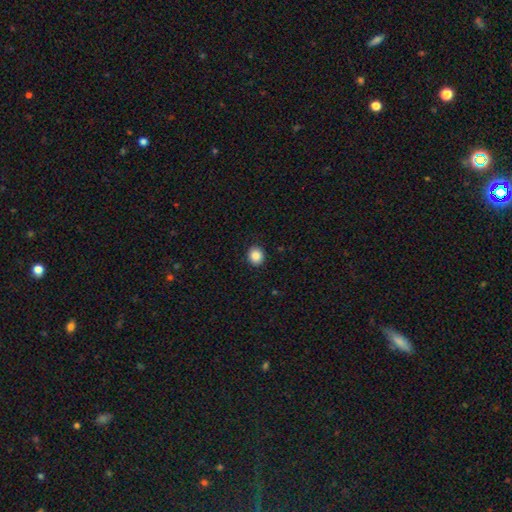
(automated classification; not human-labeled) Morphology: type=smooth (87%); roundness=round (77%); merging=none (92%).